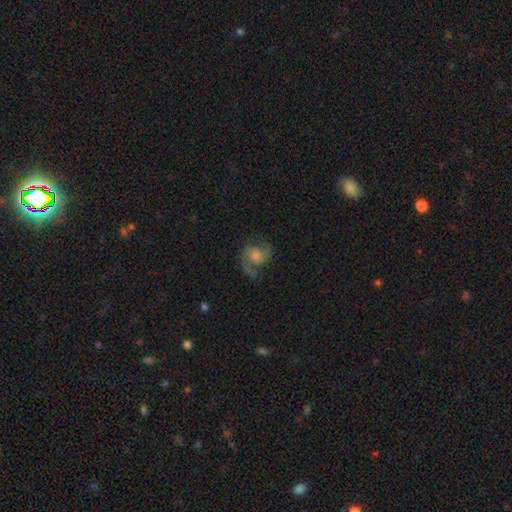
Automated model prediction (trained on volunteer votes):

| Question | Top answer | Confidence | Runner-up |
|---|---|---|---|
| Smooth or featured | featured or disk | 83% | smooth (10%) |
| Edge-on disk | no | 98% | yes (2%) |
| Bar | no | 62% | weak (32%) |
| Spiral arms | yes | 97% | no (3%) |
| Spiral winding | medium | 53% | loose (34%) |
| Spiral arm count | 2 | 91% | can't tell (3%) |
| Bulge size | moderate | 42% | small (35%) |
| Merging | none | 71% | minor disturbance (16%) |